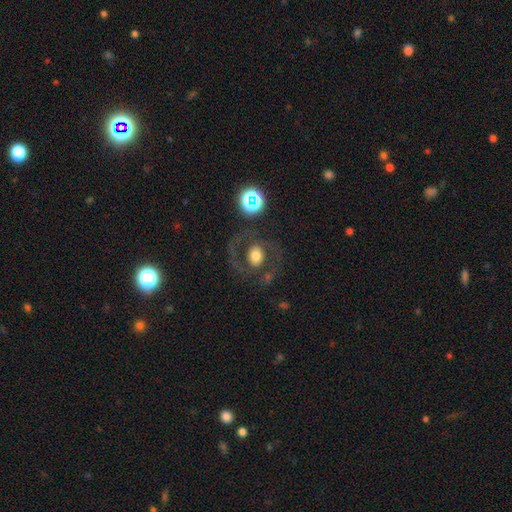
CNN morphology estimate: Smooth or featured: featured or disk — 49% (smooth — 40%)
Merging: none — 70% (major disturbance — 15%)